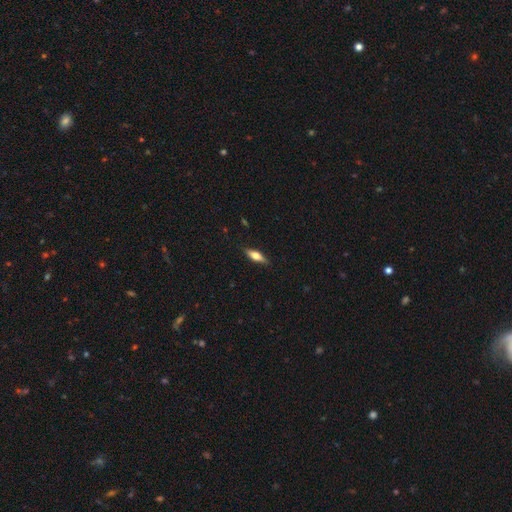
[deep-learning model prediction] A smooth galaxy with no disk features (54%) that is in between round and cigar-shaped (51%).

Vote fractions:
- Smooth or featured? smooth: 54% / featured or disk: 40% / star or artifact: 7%
- How rounded? in between: 51% / cigar-shaped: 46% / round: 3%
- Merging? none: 86% / minor disturbance: 10% / major disturbance: 2% / merger: 1%